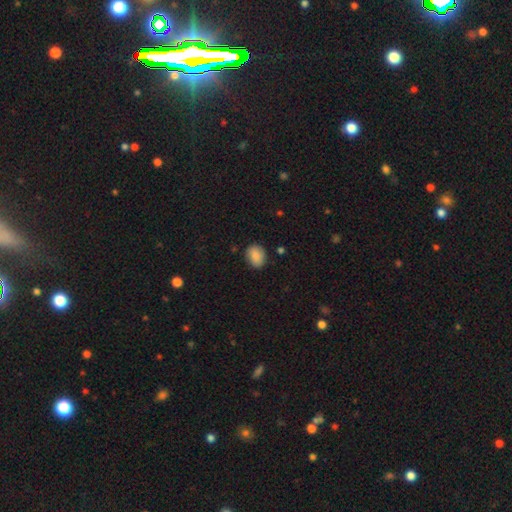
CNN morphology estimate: This is clearly a smooth galaxy (87%). How rounded: possibly in between (57%). Merging: clearly none (84%).